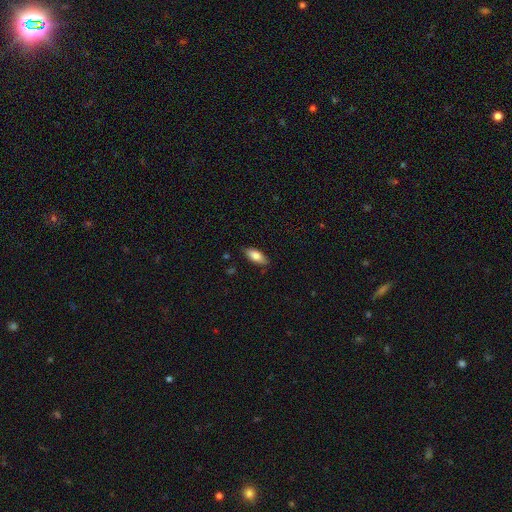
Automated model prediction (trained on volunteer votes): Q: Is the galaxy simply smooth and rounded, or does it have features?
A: smooth — 80%.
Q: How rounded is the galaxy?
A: in between — 83%.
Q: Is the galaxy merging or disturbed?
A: none — 84%.